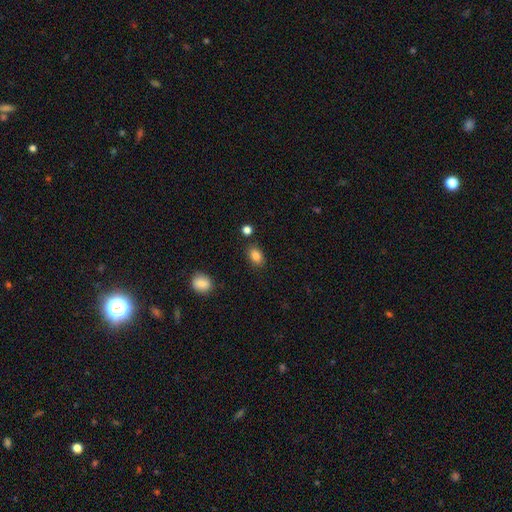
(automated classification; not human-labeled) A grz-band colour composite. It shows a smooth galaxy with no disk features (85%) that is in between round and cigar-shaped (80%). Merging: none (84%).